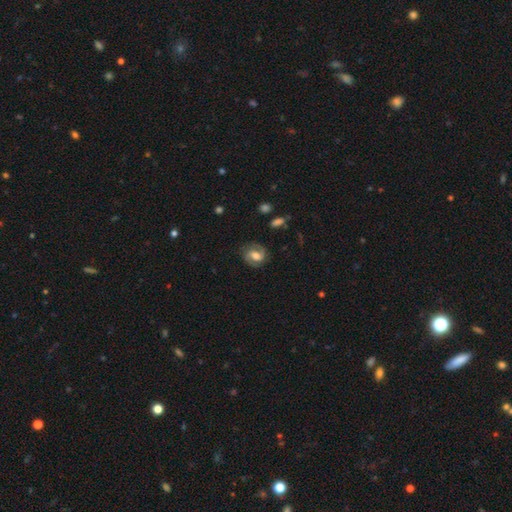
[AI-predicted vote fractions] This appears to be a featured or disk galaxy (64%) with a weak bar (47%), 2 (87%) medium (48%) spiral arms (89%) and a moderate central bulge (59%). Merging: none (79%).